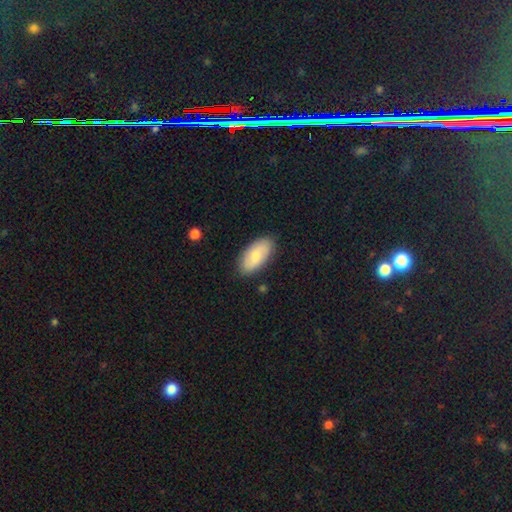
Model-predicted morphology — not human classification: smooth 68%, featured or disk 26%, star or artifact 6%. Down the decision tree: how rounded — in between (93%); merging — none (85%).